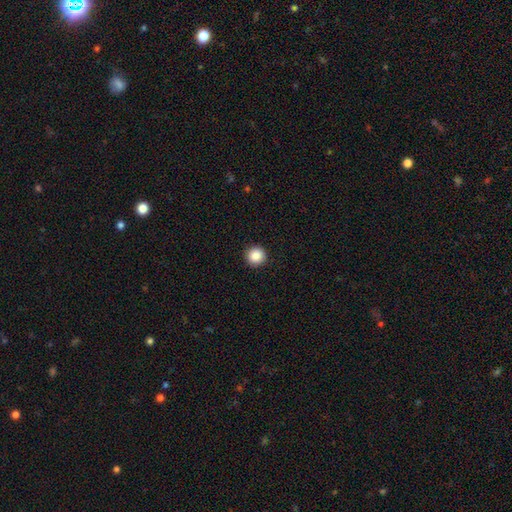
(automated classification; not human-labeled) Smooth or featured: smooth — 88% (star or artifact — 9%)
How rounded: round — 96% (in between — 3%)
Merging: none — 93% (minor disturbance — 5%)